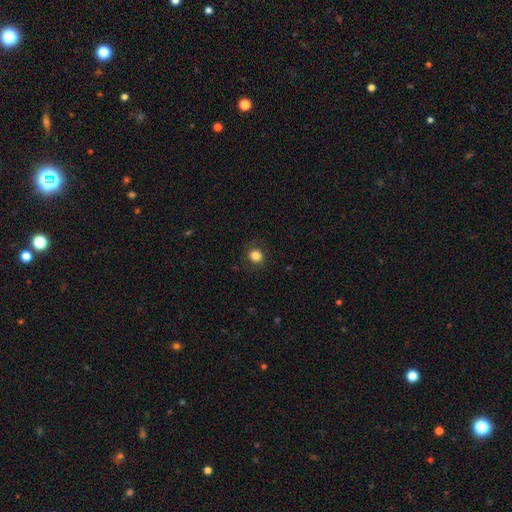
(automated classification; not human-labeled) Morphology: type=smooth (84%); roundness=round (83%); merging=none (86%).